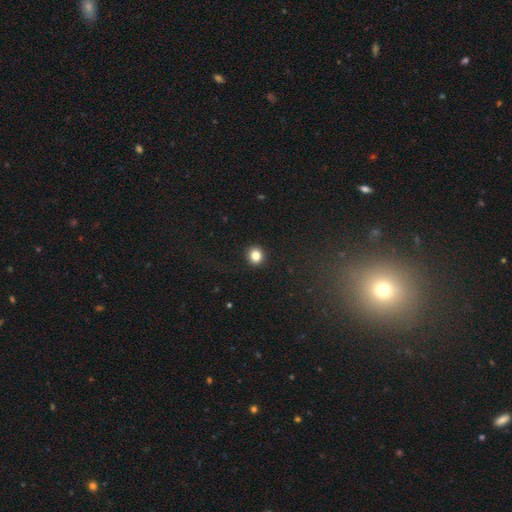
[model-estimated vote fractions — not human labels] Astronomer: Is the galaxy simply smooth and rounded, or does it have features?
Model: smooth — 83%.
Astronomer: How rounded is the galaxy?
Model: round — 88%.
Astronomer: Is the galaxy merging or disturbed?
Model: none — 92%.